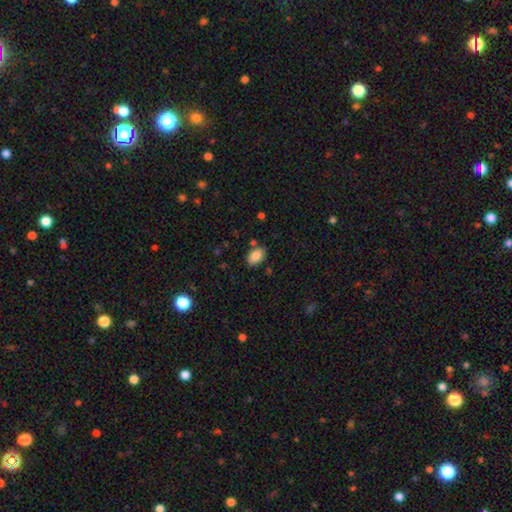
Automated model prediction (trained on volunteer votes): Morphology: type=smooth (86%); roundness=in between (89%); merging=none (79%).